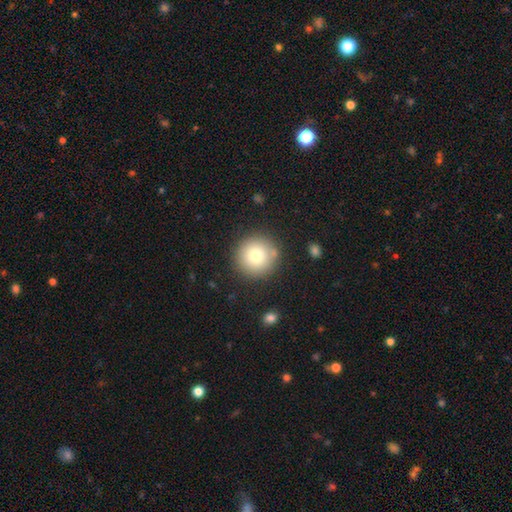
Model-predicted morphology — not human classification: A smooth galaxy with no disk features (76%) that is round (95%). Merging: none (86%).